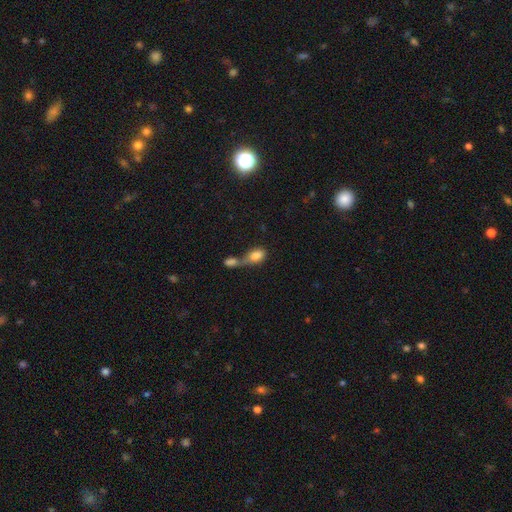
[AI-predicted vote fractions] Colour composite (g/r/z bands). It shows a smooth galaxy with no disk features (80%) that is in between round and cigar-shaped (84%). Merging: merger (70%).